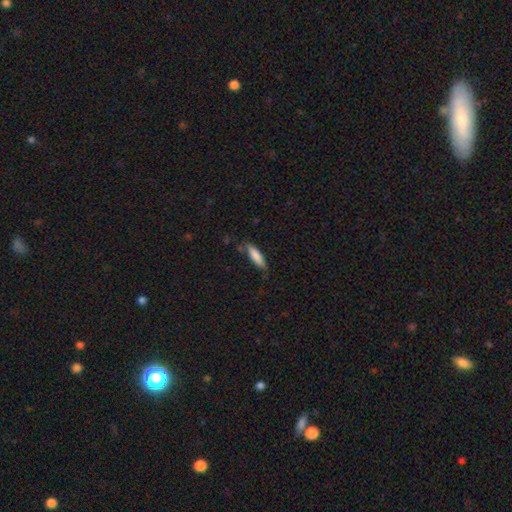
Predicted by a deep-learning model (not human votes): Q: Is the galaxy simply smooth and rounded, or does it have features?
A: smooth — 83%.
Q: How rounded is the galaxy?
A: cigar-shaped — 60%.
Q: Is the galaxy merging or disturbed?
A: none — 75%.